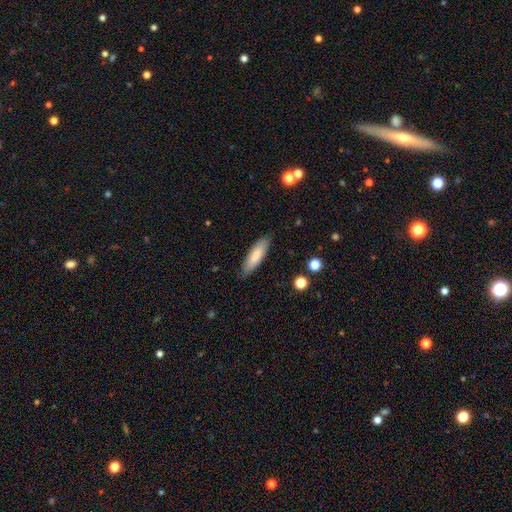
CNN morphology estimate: smooth_or_featured: smooth (p=0.82) [alt: featured or disk p=0.13]
how_rounded: cigar-shaped (p=0.53) [alt: in between p=0.46]
merging: none (p=0.85) [alt: minor disturbance p=0.12]